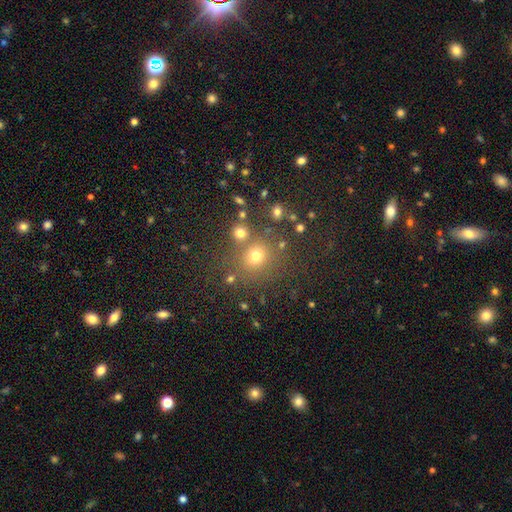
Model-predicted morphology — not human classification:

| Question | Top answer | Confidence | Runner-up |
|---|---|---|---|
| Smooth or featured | smooth | 69% | star or artifact (21%) |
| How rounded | round | 82% | in between (17%) |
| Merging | none | 70% | merger (14%) |